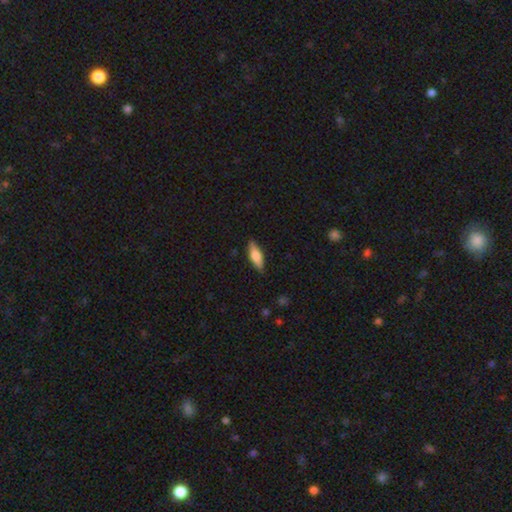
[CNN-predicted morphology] Smooth or featured? Predicted: smooth (p=0.70). How rounded? Predicted: in between (p=0.53). Merging? Predicted: none (p=0.86).